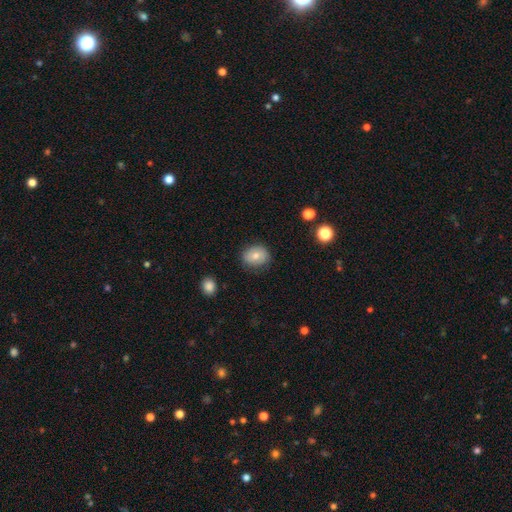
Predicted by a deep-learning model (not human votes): smooth_or_featured: smooth (p=0.69) [alt: featured or disk p=0.22]
how_rounded: round (p=0.62) [alt: in between p=0.37]
merging: none (p=0.76) [alt: minor disturbance p=0.18]